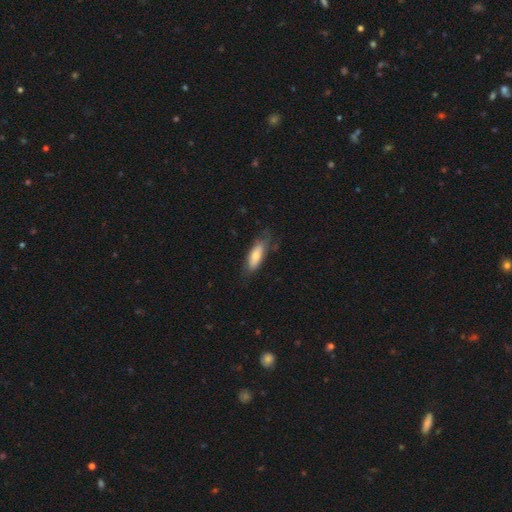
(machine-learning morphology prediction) A smooth galaxy with no disk features (69%) that is in between round and cigar-shaped (63%).

Vote fractions:
- Smooth or featured? smooth: 69% / featured or disk: 25% / star or artifact: 6%
- How rounded? in between: 63% / cigar-shaped: 35% / round: 2%
- Merging? none: 62% / minor disturbance: 26% / major disturbance: 10% / merger: 2%